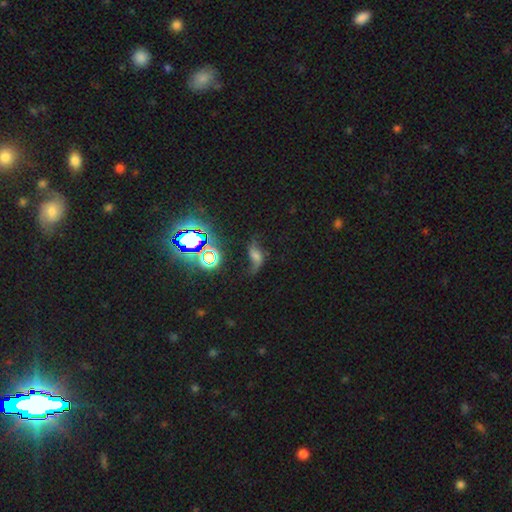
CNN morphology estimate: featured or disk 49%, smooth 28%, star or artifact 23%. Down the decision tree: merging — none (46%).